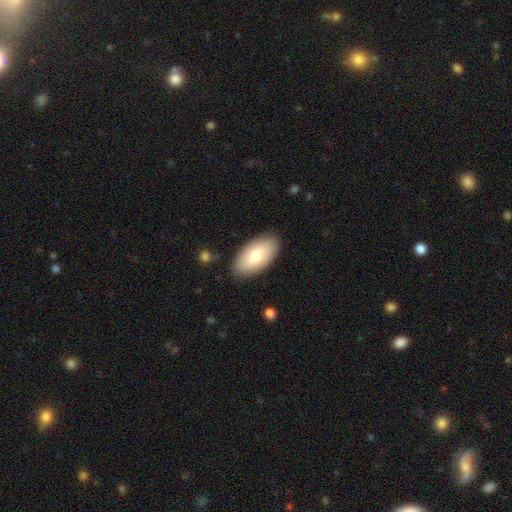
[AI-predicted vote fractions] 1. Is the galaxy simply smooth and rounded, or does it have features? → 76% smooth, 18% featured or disk, 6% star or artifact.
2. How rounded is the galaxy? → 95% in between, 3% cigar-shaped, 2% round.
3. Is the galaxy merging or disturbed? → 86% none, 10% minor disturbance, 2% major disturbance, 1% merger.